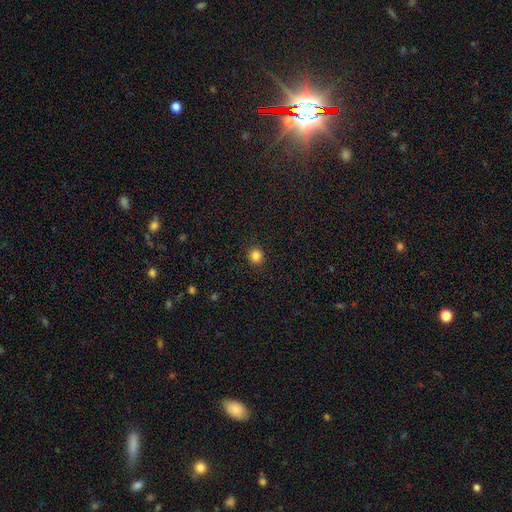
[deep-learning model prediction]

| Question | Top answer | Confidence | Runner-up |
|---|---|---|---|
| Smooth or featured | smooth | 85% | star or artifact (12%) |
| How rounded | round | 92% | in between (7%) |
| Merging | none | 92% | minor disturbance (5%) |